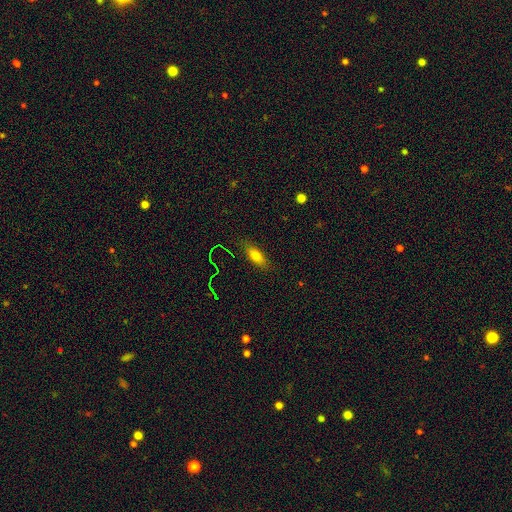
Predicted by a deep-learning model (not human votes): smooth-or-featured: smooth: 72% | featured or disk: 15% | star or artifact: 13%
  how-rounded: in between: 74% | cigar-shaped: 22% | round: 5%
  merging: none: 83% | minor disturbance: 12% | major disturbance: 3% | merger: 1%